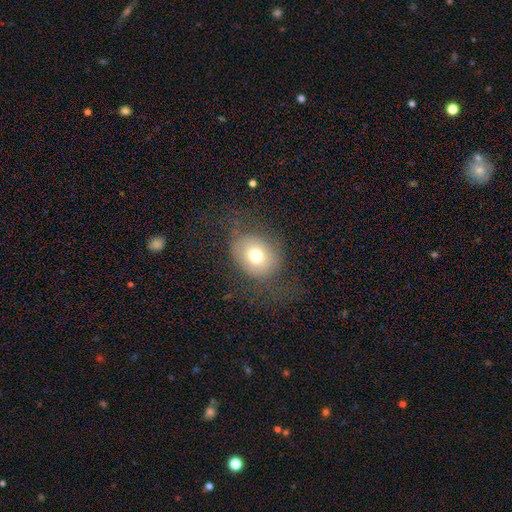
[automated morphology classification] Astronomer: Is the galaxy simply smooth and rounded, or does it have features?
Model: smooth — 70%.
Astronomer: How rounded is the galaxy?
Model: round — 56% (runner-up: in between, 43%).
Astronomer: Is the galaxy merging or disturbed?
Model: none — 60%.